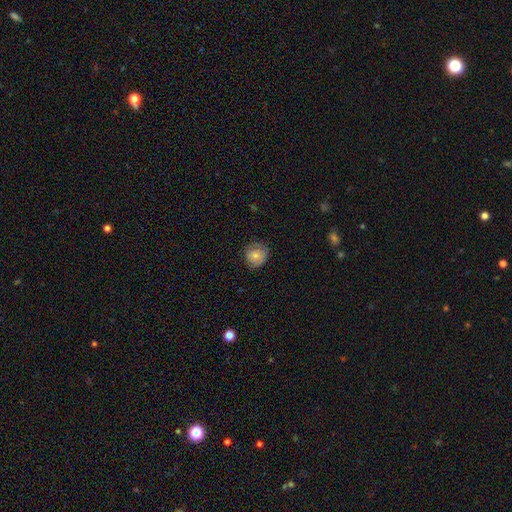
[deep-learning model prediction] Smooth or featured? smooth (80%)
How rounded? round (87%)
Merging? none (74%)